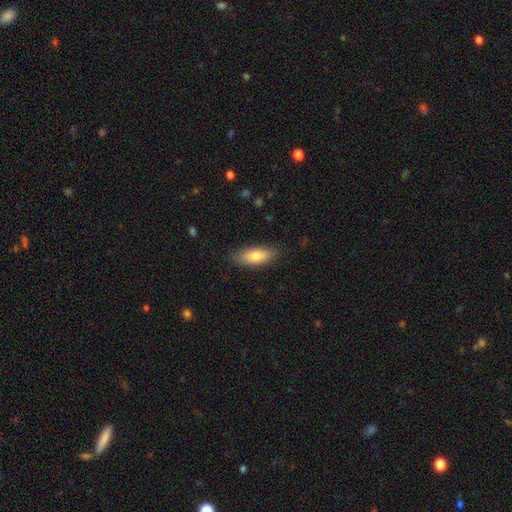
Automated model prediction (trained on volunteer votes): Smooth or featured?
  - smooth: 79% *
  - featured or disk: 15%
  - star or artifact: 6%
How rounded?
  - in between: 72% *
  - cigar-shaped: 25%
  - round: 2%
Merging?
  - none: 85% *
  - minor disturbance: 11%
  - major disturbance: 2%
  - merger: 1%